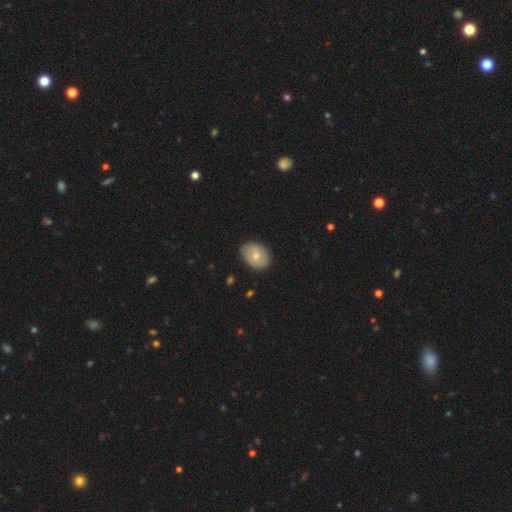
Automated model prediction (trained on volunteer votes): A smooth galaxy with no disk features (70%) that is in between round and cigar-shaped (72%).

Vote fractions:
- Smooth or featured? smooth: 70% / featured or disk: 23% / star or artifact: 6%
- How rounded? in between: 72% / round: 27% / cigar-shaped: 1%
- Merging? none: 84% / minor disturbance: 13% / major disturbance: 2% / merger: 1%